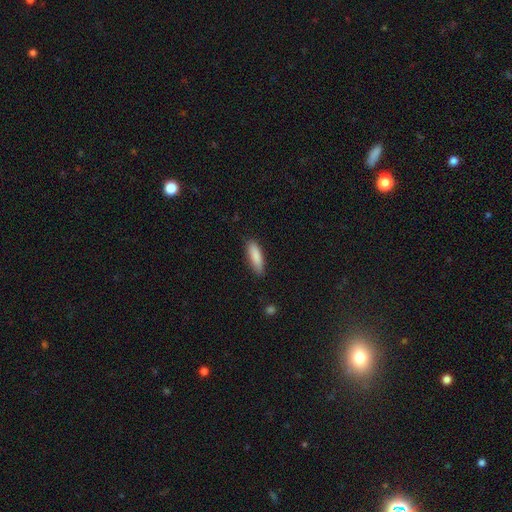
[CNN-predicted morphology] Overall: smooth (87%). How rounded: cigar-shaped (56%; in between 43%). Merging: none (86%).